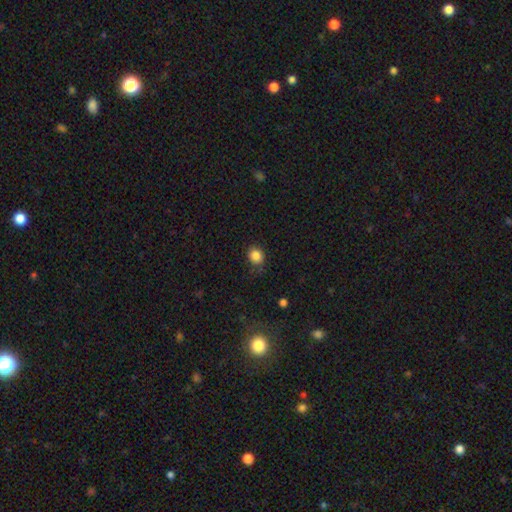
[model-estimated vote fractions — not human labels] Overall: smooth (85%). How rounded: round (69%; in between 30%). Merging: none (74%).